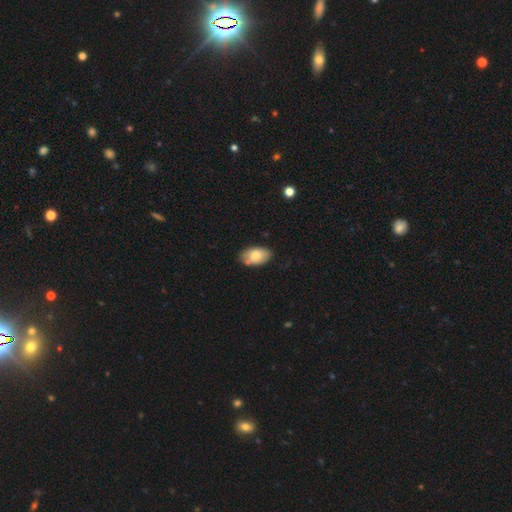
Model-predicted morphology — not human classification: This is likely a smooth galaxy (78%). How rounded: clearly in between (93%). Merging: likely none (74%).